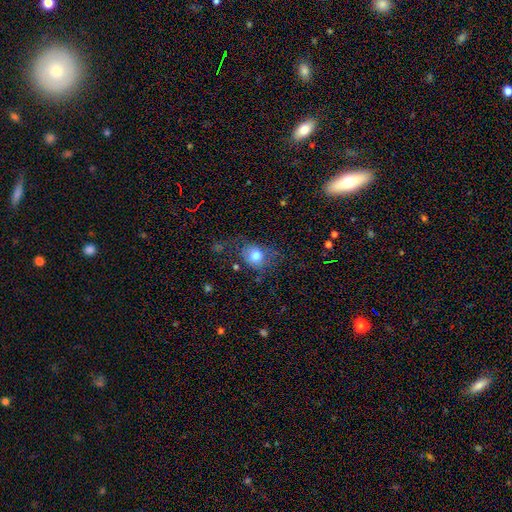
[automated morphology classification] Overall: smooth (76%). How rounded: round (57%; in between 42%). Merging: none (57%; minor disturbance 24%).